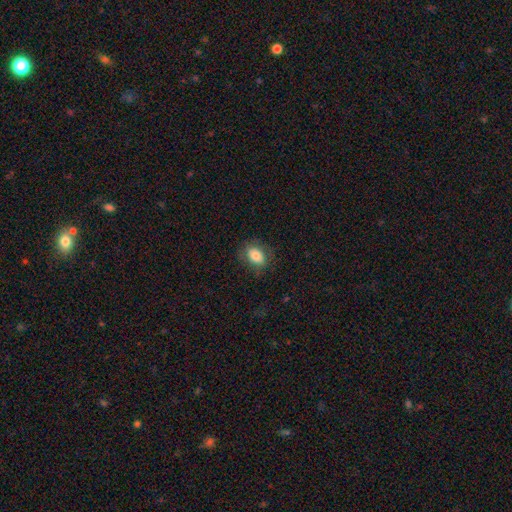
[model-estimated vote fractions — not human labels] smooth-or-featured: smooth: 78% | featured or disk: 13% | star or artifact: 9%
  how-rounded: in between: 79% | round: 19% | cigar-shaped: 2%
  merging: none: 76% | minor disturbance: 16% | major disturbance: 7% | merger: 1%